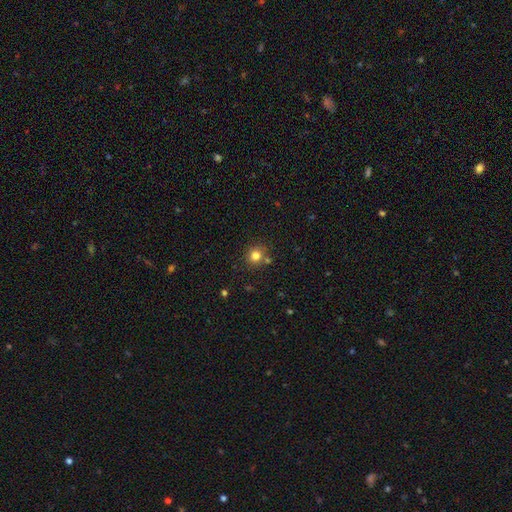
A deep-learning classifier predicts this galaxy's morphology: This appears to be a smooth galaxy with no disk features (79%) that is round (88%). Merging: none (78%).